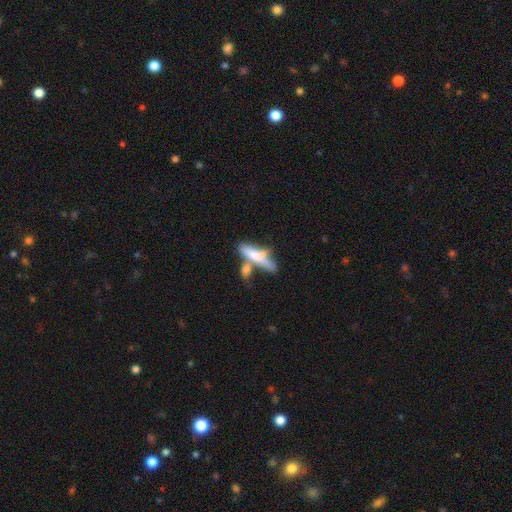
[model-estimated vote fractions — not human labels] Q: Smooth or featured?
A: smooth (63%); runner-up: featured or disk (29%)
Q: How rounded?
A: cigar-shaped (62%); runner-up: in between (35%)
Q: Merging?
A: merger (44%); runner-up: none (27%)